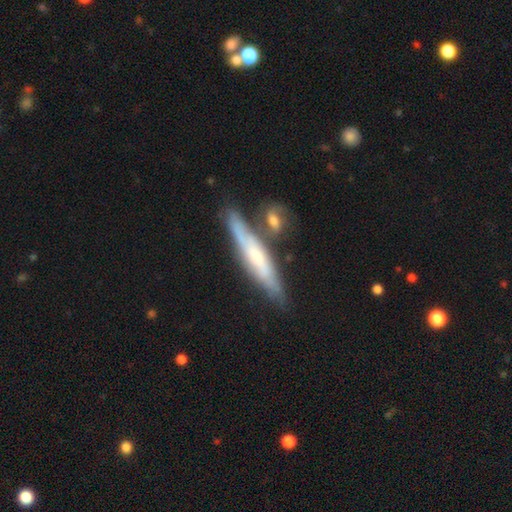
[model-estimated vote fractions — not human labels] The model was most divided on "smooth or featured": featured or disk: 63%, smooth: 30%, star or artifact: 7%. More confident: edge-on disk — yes (87%); merging — none (70%); edge-on bulge — rounded (66%).